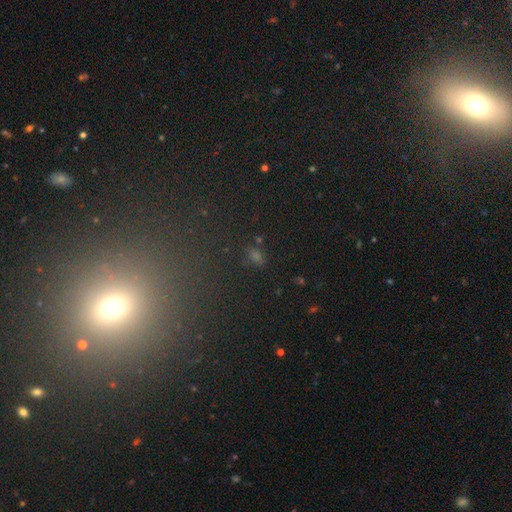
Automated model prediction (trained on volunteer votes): Overall: smooth (45%, tied with star or artifact). Merging: none (77%).